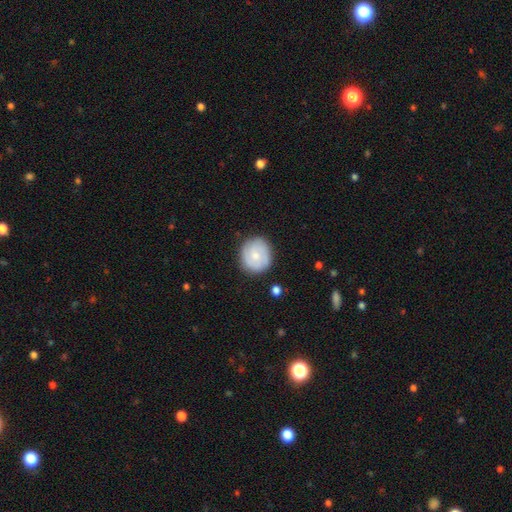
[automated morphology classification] smooth 60%, featured or disk 34%, star or artifact 6%. Down the decision tree: how rounded — round (85%); merging — none (83%).